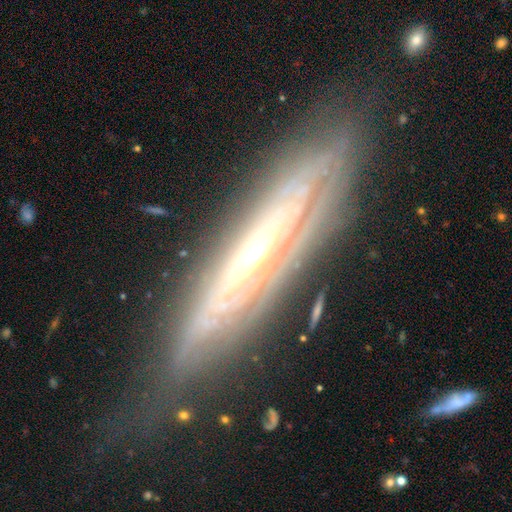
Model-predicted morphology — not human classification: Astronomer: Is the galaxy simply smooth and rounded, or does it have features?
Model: featured or disk — 80%.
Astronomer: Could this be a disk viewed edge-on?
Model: yes — 62% (runner-up: no, 38%).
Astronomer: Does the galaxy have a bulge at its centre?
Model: rounded — 59% (runner-up: none, 35%).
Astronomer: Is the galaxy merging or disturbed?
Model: none — 70%.